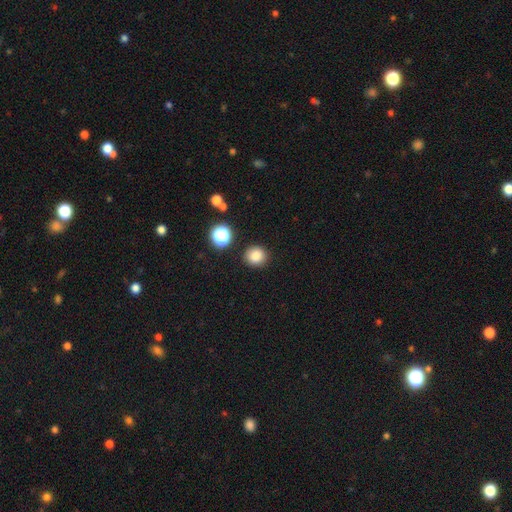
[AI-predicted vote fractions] Overall: smooth (84%). How rounded: round (87%). Merging: none (89%).